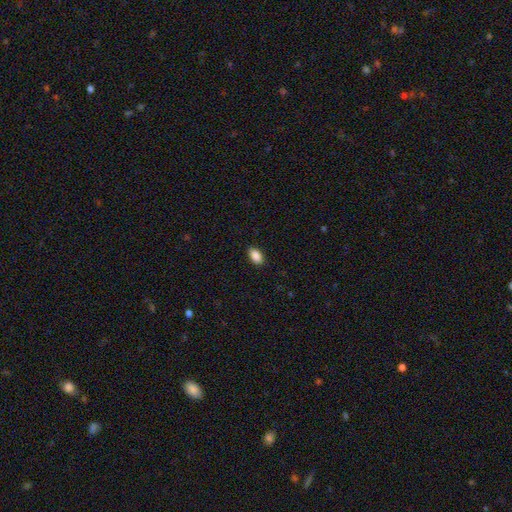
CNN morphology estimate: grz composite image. It shows a smooth galaxy with no disk features (88%) that is in between round and cigar-shaped (92%). Merging: none (88%).